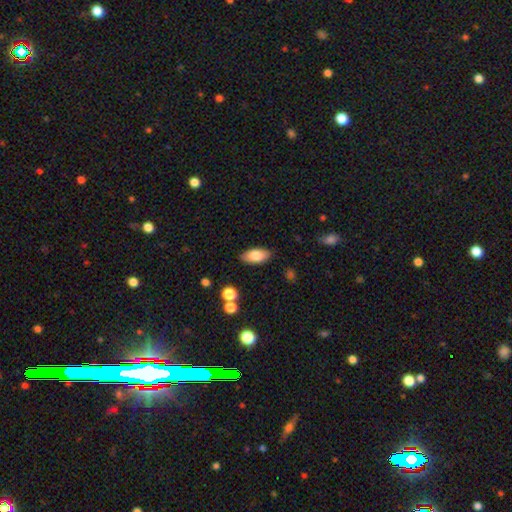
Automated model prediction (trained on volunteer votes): Smooth or featured?
  - smooth: 80% *
  - featured or disk: 12%
  - star or artifact: 7%
How rounded?
  - in between: 89% *
  - cigar-shaped: 8%
  - round: 3%
Merging?
  - none: 87% *
  - minor disturbance: 10%
  - major disturbance: 2%
  - merger: 2%